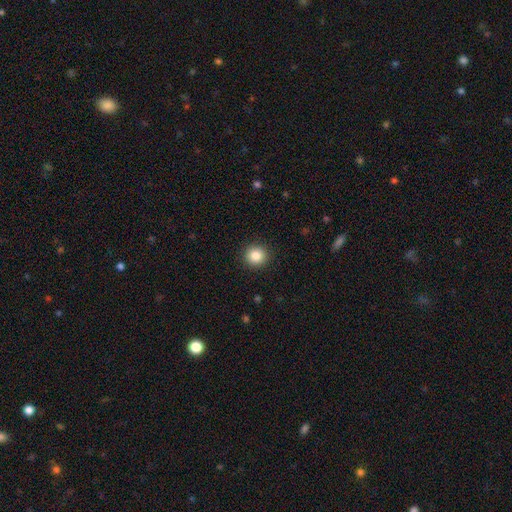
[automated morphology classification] This is clearly a smooth galaxy (85%). How rounded: clearly round (93%). Merging: clearly none (92%).